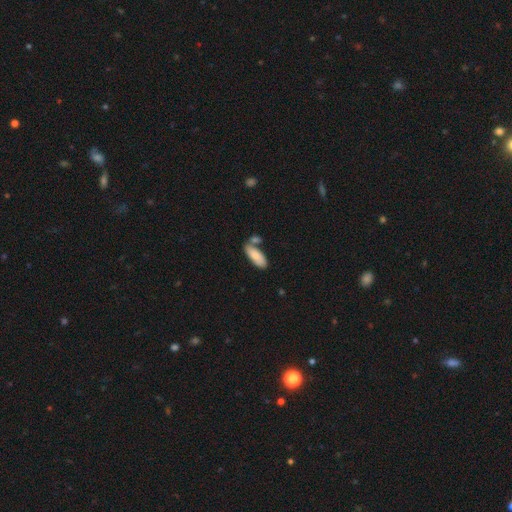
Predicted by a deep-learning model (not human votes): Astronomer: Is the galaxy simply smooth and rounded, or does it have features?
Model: smooth — 83%.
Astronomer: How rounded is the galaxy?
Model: in between — 79%.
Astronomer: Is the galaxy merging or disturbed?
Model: none — 51% (runner-up: merger, 29%).